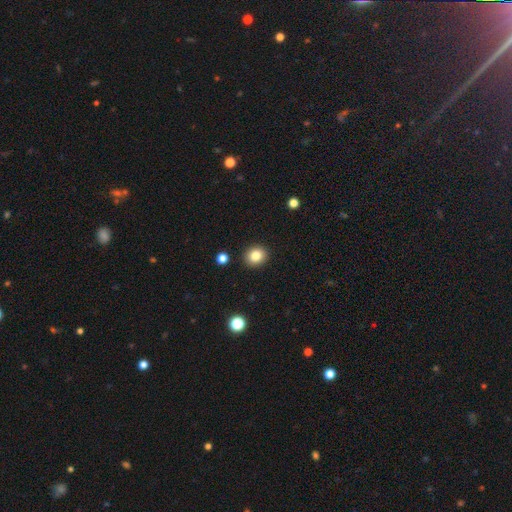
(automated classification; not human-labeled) smooth-or-featured: smooth: 84% | star or artifact: 10% | featured or disk: 6%
  how-rounded: round: 71% | in between: 28% | cigar-shaped: 1%
  merging: none: 90% | minor disturbance: 6% | major disturbance: 2% | merger: 2%